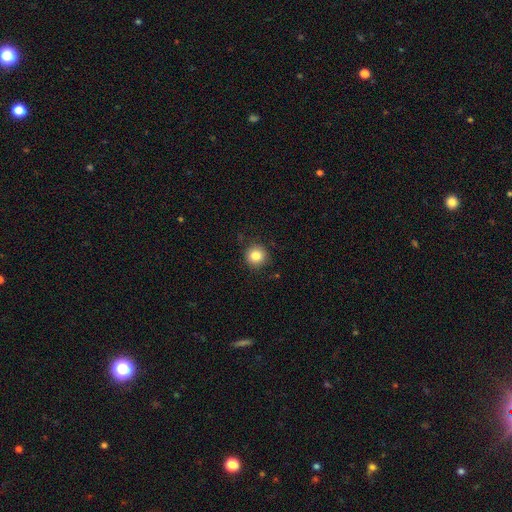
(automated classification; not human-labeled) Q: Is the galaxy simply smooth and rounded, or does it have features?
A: smooth — 84%.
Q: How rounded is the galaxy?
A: round — 93%.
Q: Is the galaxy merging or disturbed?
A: none — 87%.